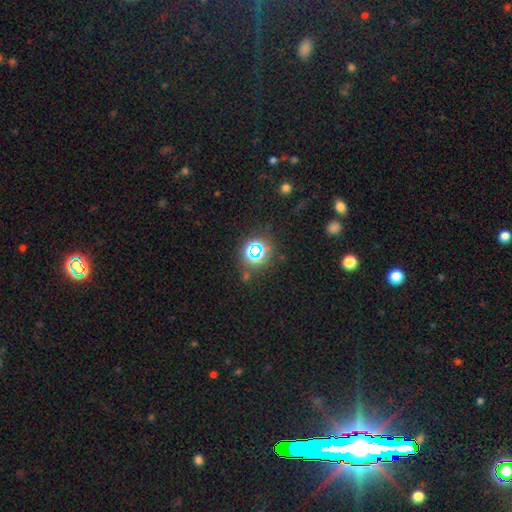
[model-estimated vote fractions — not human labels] Overall: star or artifact (70%).